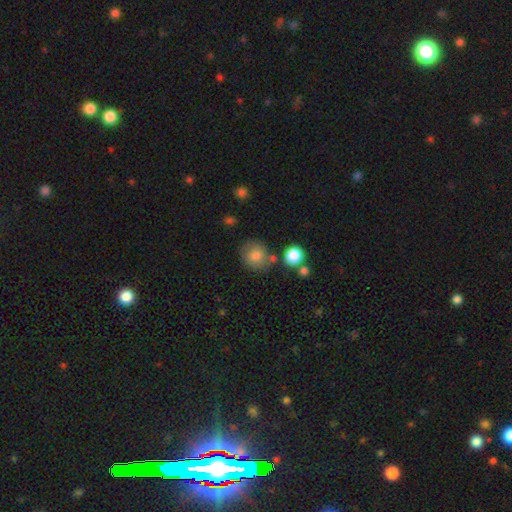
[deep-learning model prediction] Smooth or featured? Predicted: smooth (p=0.81). How rounded? Predicted: round (p=0.85). Merging? Predicted: none (p=0.73).